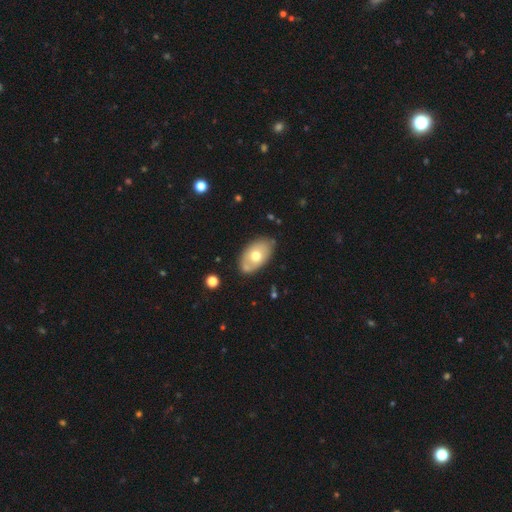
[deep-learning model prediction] This is likely a smooth galaxy (62%). How rounded: clearly in between (91%). Merging: likely none (72%).